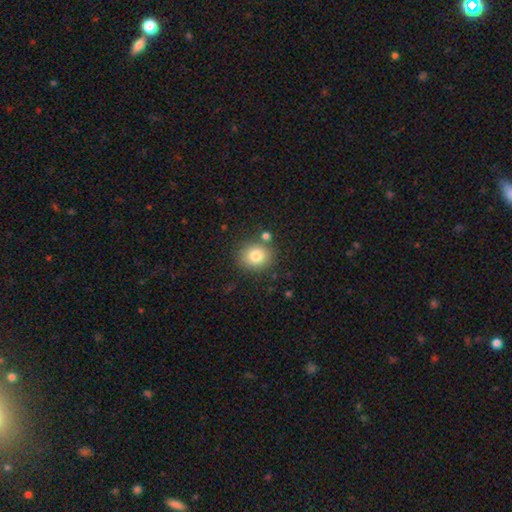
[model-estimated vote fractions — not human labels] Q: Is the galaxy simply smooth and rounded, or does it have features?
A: smooth — 81%.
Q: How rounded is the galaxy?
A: round — 75%.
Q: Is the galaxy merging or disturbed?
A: none — 79%.